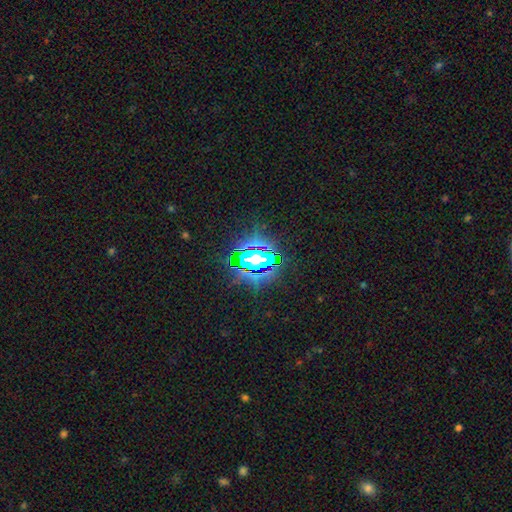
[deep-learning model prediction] Morphology: type=star or artifact (76%).